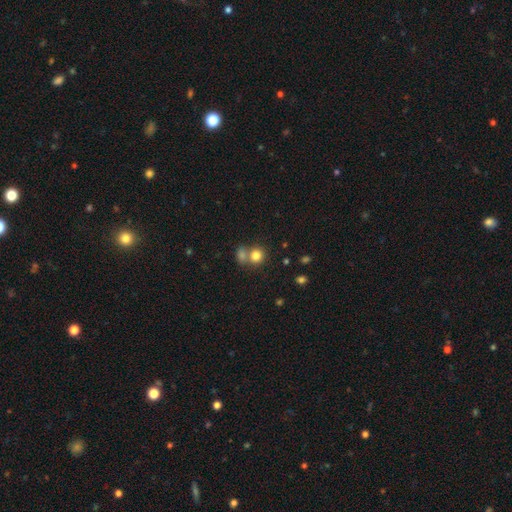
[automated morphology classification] Smooth or featured: smooth — 80% (star or artifact — 11%)
How rounded: round — 80% (in between — 19%)
Merging: none — 48% (merger — 40%)